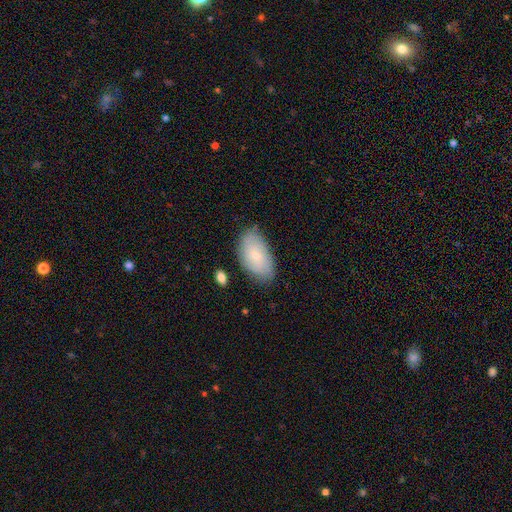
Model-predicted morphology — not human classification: smooth_or_featured: smooth (p=0.68) [alt: featured or disk p=0.26]
how_rounded: in between (p=0.94) [alt: round p=0.04]
merging: none (p=0.76) [alt: minor disturbance p=0.18]